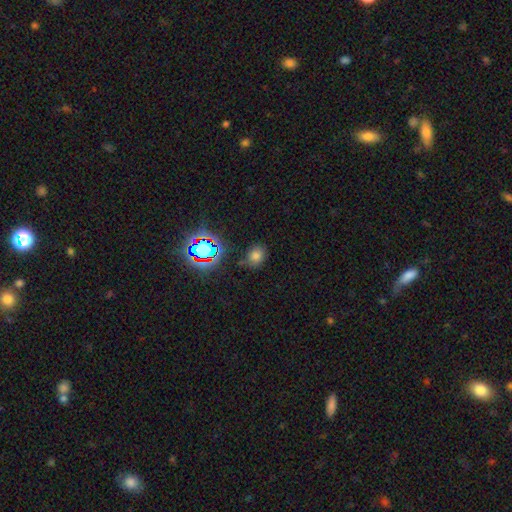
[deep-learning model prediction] This appears to be a smooth galaxy with no disk features (68%) that is round (56%). Merging: none (73%).